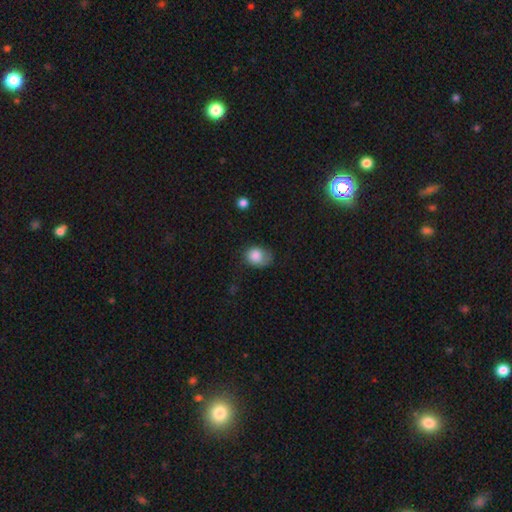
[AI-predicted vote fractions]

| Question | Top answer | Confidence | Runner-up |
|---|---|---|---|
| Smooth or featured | smooth | 83% | star or artifact (8%) |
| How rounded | round | 52% | in between (47%) |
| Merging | none | 46% | minor disturbance (36%) |